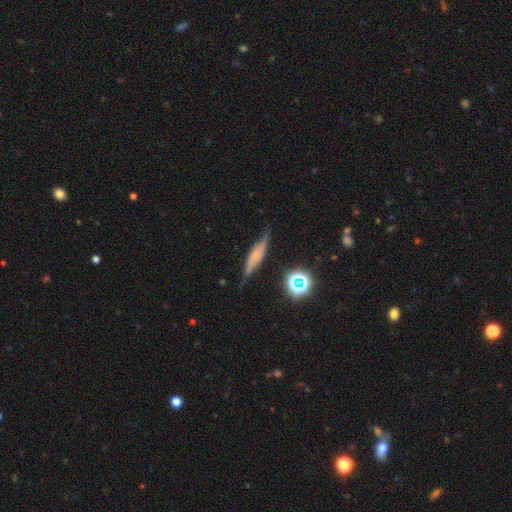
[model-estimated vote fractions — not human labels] A featured or disk galaxy (50%). Merging: none (69%).